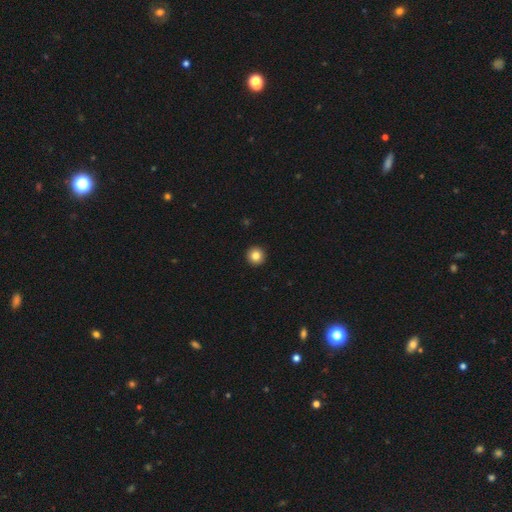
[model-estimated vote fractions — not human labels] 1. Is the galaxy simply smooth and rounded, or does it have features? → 84% smooth, 10% star or artifact, 6% featured or disk.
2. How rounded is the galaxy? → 96% round, 3% in between, 1% cigar-shaped.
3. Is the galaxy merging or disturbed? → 94% none, 4% minor disturbance, 1% major disturbance, 1% merger.